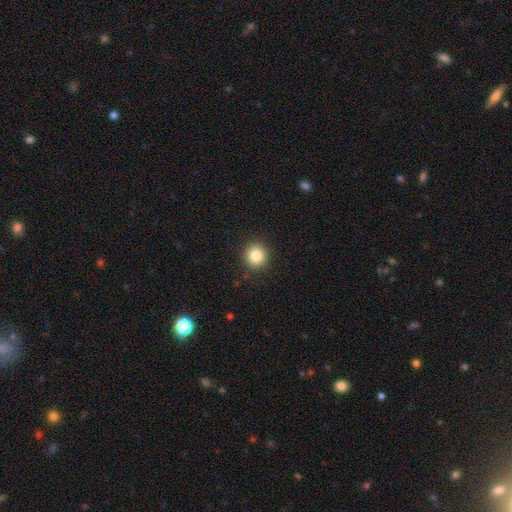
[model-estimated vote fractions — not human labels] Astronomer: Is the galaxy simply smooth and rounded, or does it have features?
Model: smooth — 84%.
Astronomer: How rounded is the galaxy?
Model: round — 90%.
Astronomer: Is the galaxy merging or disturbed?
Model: none — 90%.